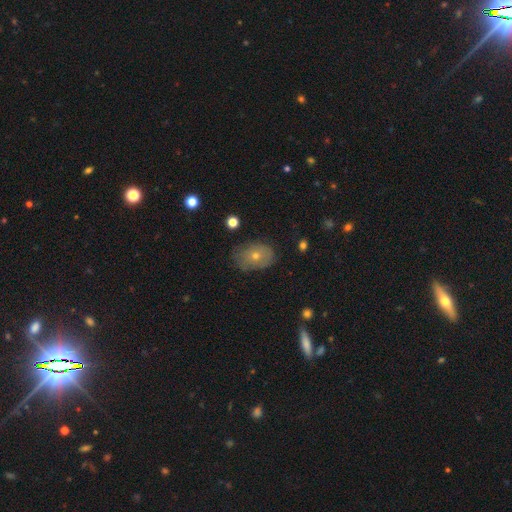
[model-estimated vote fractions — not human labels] The model was most divided on "smooth or featured": smooth: 53%, featured or disk: 34%, star or artifact: 12%. More confident: how rounded — in between (75%); merging — none (73%).